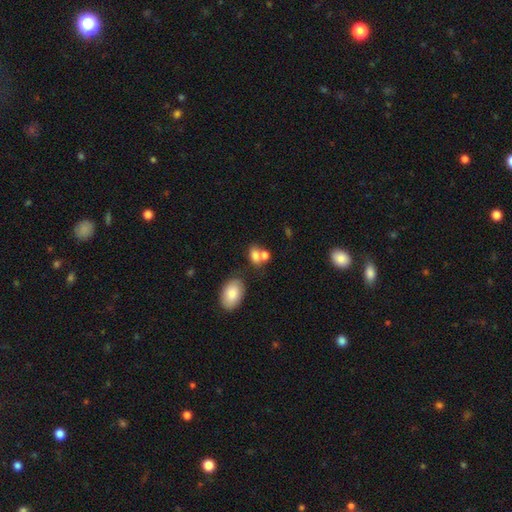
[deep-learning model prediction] smooth-or-featured: smooth: 77% | featured or disk: 12% | star or artifact: 11%
  how-rounded: in between: 68% | round: 29% | cigar-shaped: 2%
  merging: none: 43% | merger: 40% | minor disturbance: 11% | major disturbance: 5%